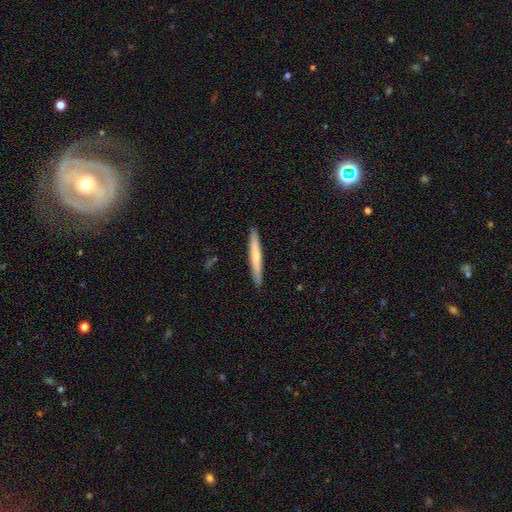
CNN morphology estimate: smooth 58%, featured or disk 37%, star or artifact 5%. Down the decision tree: how rounded — cigar-shaped (96%); merging — none (91%).